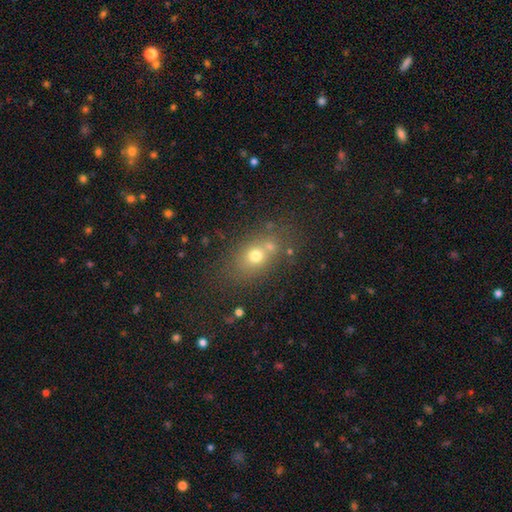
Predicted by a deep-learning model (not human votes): A smooth galaxy with no disk features (66%) that is in between round and cigar-shaped (52%).

Vote fractions:
- Smooth or featured? smooth: 66% / star or artifact: 17% / featured or disk: 16%
- How rounded? in between: 52% / round: 46% / cigar-shaped: 3%
- Merging? none: 61% / merger: 20% / minor disturbance: 13% / major disturbance: 6%